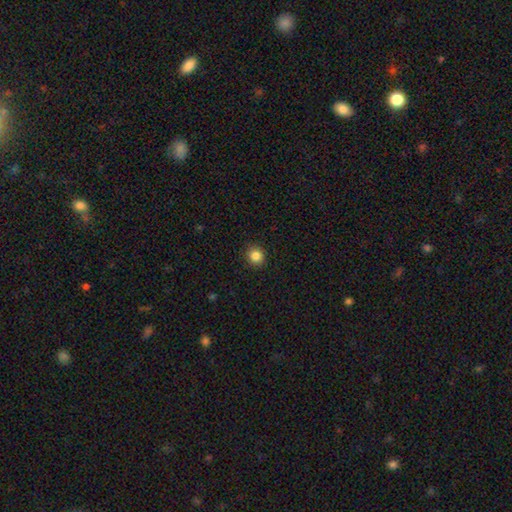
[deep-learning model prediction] Overall: smooth (85%). How rounded: round (89%). Merging: none (90%).